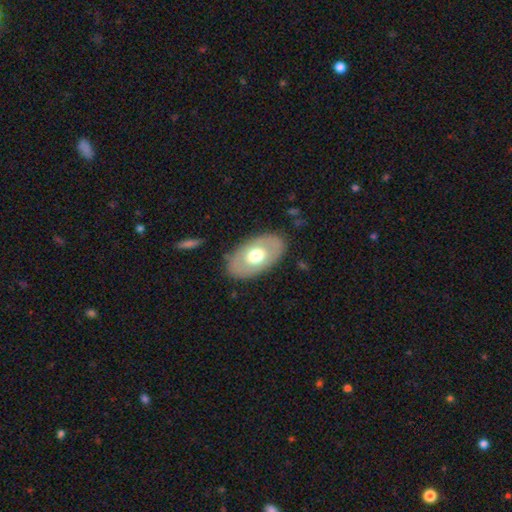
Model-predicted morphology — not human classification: smooth-or-featured: smooth: 52% | featured or disk: 42% | star or artifact: 5%
  how-rounded: in between: 91% | round: 8% | cigar-shaped: 1%
  merging: none: 83% | minor disturbance: 12% | major disturbance: 4% | merger: 1%